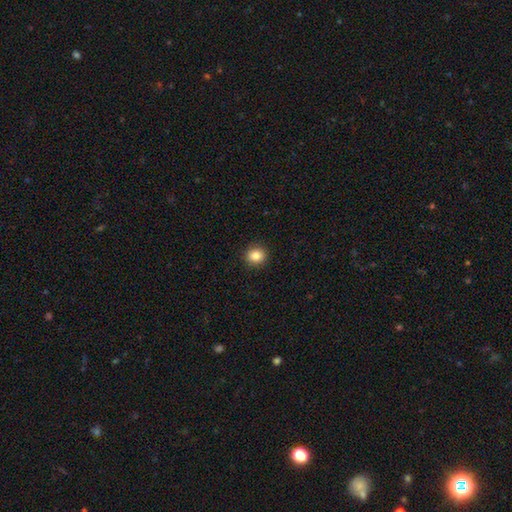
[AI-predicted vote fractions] Morphology: type=smooth (84%); roundness=round (86%); merging=none (91%).